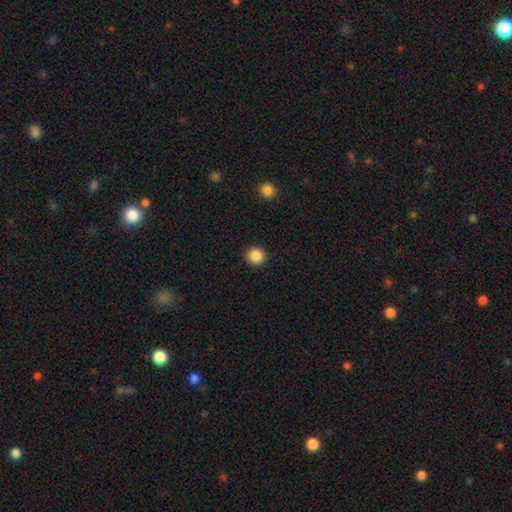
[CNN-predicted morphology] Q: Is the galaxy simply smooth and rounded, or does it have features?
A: smooth — 88%.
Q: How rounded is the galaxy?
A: round — 92%.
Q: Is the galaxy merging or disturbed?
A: none — 92%.